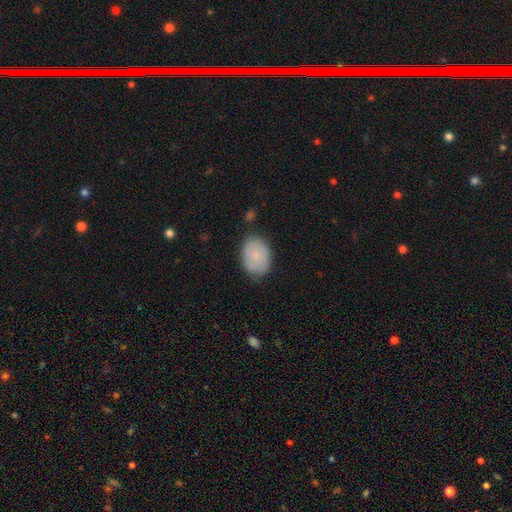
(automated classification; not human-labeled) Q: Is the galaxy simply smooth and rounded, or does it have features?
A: smooth — 77%.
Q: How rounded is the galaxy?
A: in between — 75%.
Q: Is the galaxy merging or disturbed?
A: none — 76%.